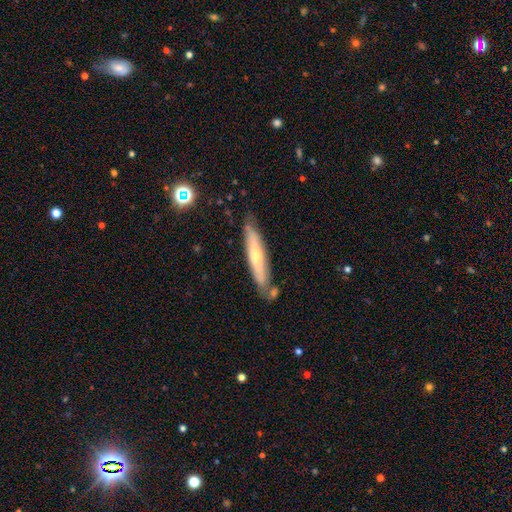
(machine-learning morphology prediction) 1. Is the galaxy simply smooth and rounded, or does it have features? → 49% featured or disk, 45% smooth, 6% star or artifact.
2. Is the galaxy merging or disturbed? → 72% none, 18% minor disturbance, 7% merger, 4% major disturbance.